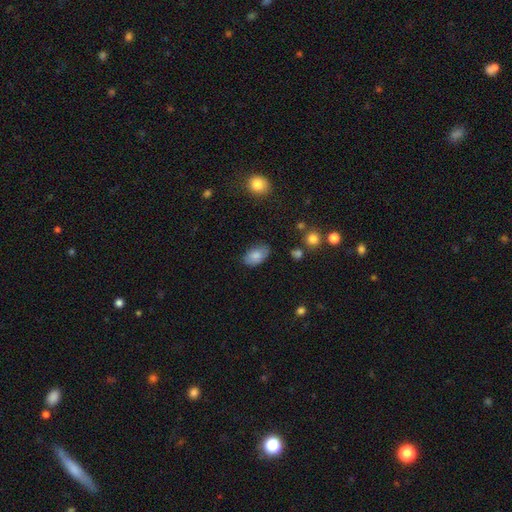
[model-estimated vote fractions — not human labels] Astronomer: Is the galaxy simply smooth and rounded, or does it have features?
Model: smooth — 83%.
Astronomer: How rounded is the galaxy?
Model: in between — 92%.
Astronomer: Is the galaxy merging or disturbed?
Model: none — 76%.